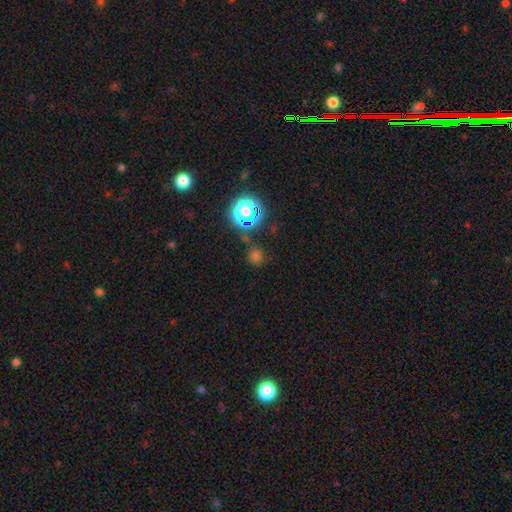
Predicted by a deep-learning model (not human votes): A smooth galaxy with no disk features (61%) that is round (90%). Merging: none (80%).